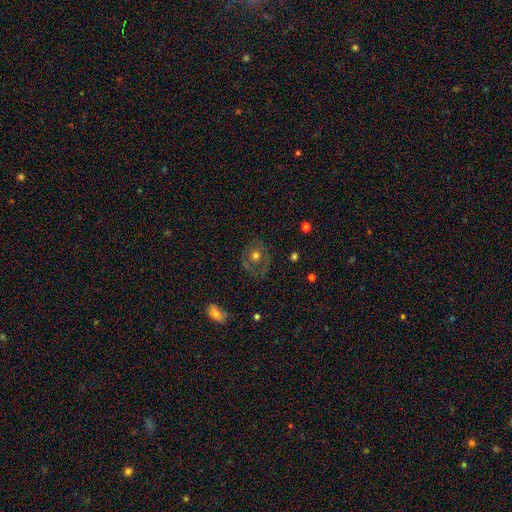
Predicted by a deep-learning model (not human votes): A smooth galaxy with no disk features (50%) that is round (74%). Merging: none (69%).